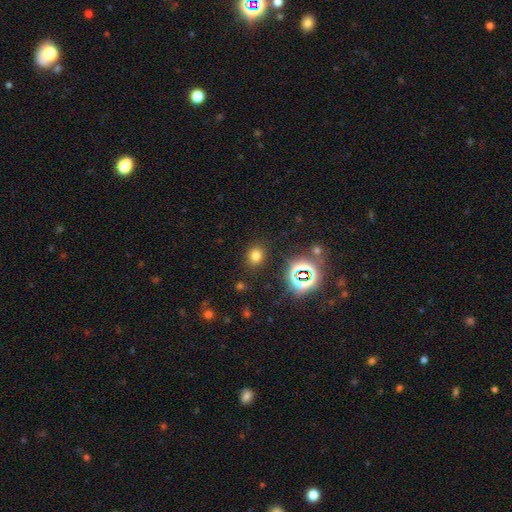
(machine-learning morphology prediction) Q: Smooth or featured?
A: smooth (71%); runner-up: star or artifact (22%)
Q: How rounded?
A: round (66%); runner-up: in between (32%)
Q: Merging?
A: none (86%); runner-up: minor disturbance (8%)